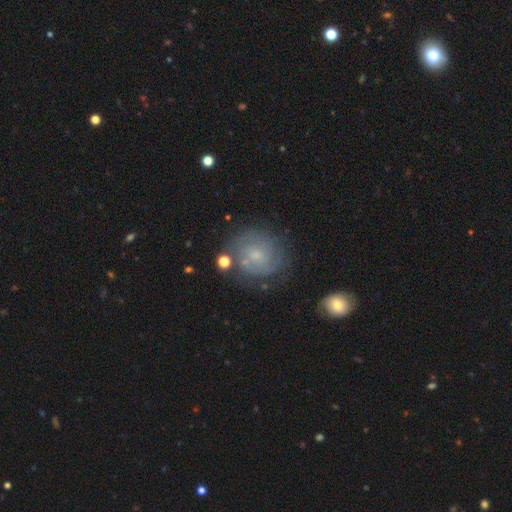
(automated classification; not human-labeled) smooth_or_featured: featured or disk (p=0.58) [alt: smooth p=0.32]
disk_edge_on: no (p=0.97) [alt: yes p=0.03]
bar: no (p=0.64) [alt: weak p=0.31]
has_spiral_arms: yes (p=0.82) [alt: no p=0.18]
bulge_size: small (p=0.67) [alt: moderate p=0.21]
merging: none (p=0.71) [alt: minor disturbance p=0.17]